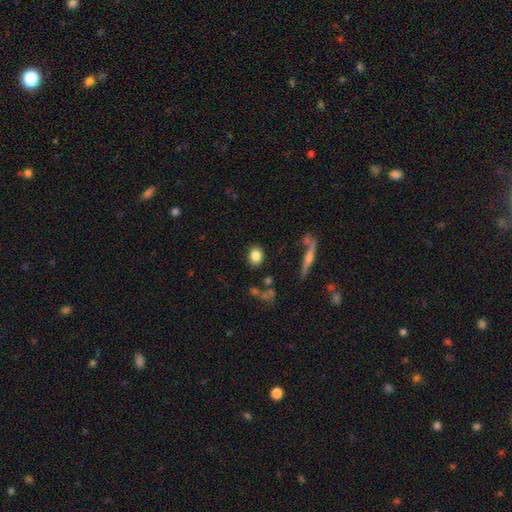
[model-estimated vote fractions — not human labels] Overall: smooth (82%). How rounded: round (56%; in between 42%). Merging: none (85%).